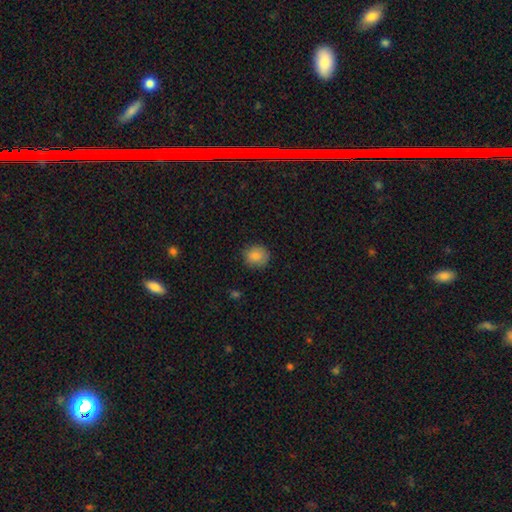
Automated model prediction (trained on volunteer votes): A smooth galaxy with no disk features (86%) that is round (85%).

Vote fractions:
- Smooth or featured? smooth: 86% / star or artifact: 9% / featured or disk: 5%
- How rounded? round: 85% / in between: 14% / cigar-shaped: 1%
- Merging? none: 84% / minor disturbance: 13% / major disturbance: 3% / merger: 1%